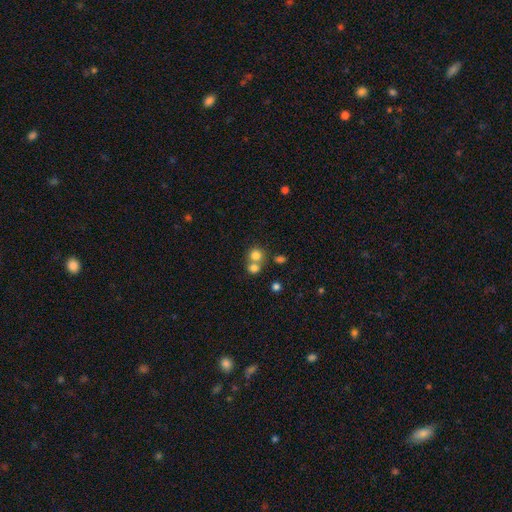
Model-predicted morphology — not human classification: Q: Smooth or featured?
A: smooth (77%); runner-up: star or artifact (13%)
Q: How rounded?
A: round (85%); runner-up: in between (14%)
Q: Merging?
A: merger (46%); runner-up: none (45%)